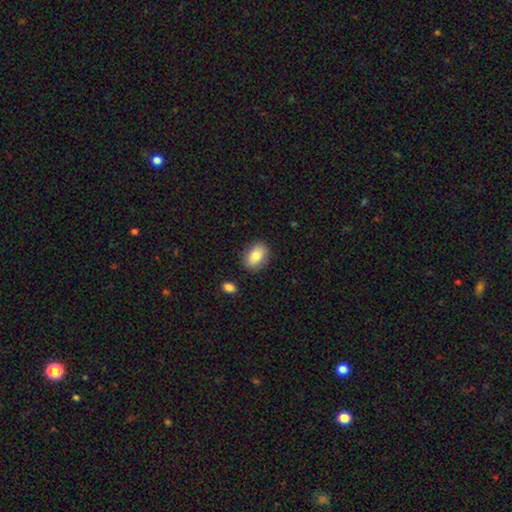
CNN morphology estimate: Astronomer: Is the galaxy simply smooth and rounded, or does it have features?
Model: smooth — 81%.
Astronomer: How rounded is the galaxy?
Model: in between — 81%.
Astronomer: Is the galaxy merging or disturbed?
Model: none — 84%.